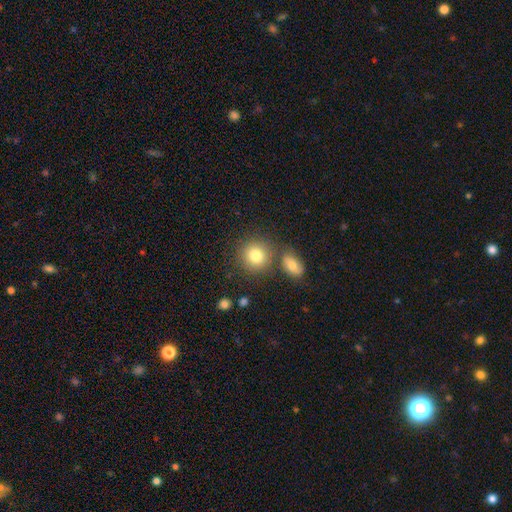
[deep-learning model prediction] smooth_or_featured: smooth (p=0.81) [alt: star or artifact p=0.10]
how_rounded: round (p=0.86) [alt: in between p=0.13]
merging: none (p=0.71) [alt: merger p=0.15]